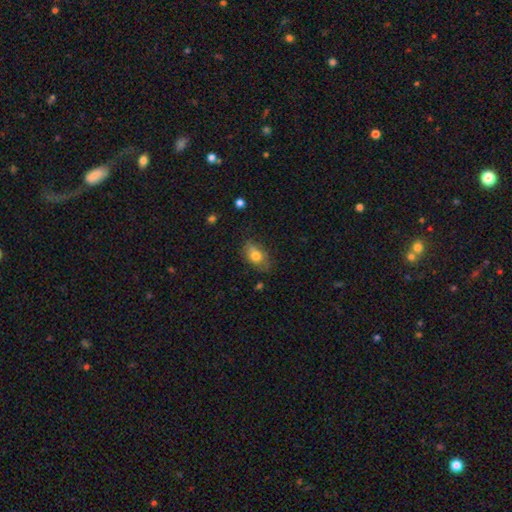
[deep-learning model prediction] The model was most divided on "merging": none: 65%, minor disturbance: 26%, major disturbance: 6%, merger: 3%. More confident: how rounded — in between (84%); smooth or featured — smooth (74%).